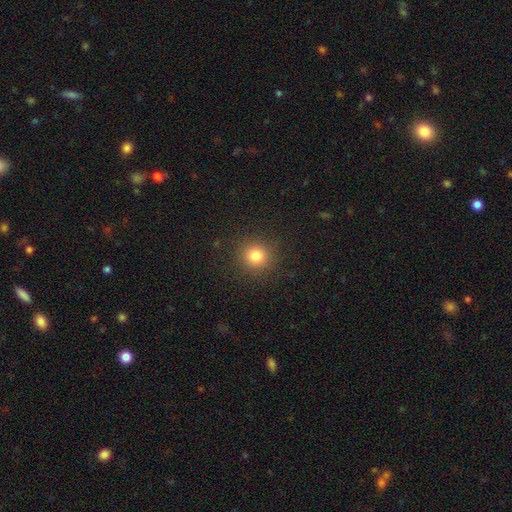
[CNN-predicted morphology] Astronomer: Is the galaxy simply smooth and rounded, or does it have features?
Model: smooth — 81%.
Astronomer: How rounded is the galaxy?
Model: round — 93%.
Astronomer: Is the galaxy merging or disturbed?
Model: none — 90%.